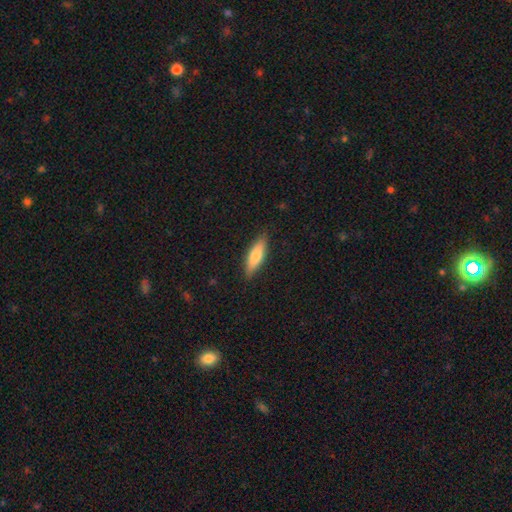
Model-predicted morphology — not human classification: smooth_or_featured: smooth (p=0.77) [alt: featured or disk p=0.18]
how_rounded: cigar-shaped (p=0.52) [alt: in between p=0.46]
merging: none (p=0.86) [alt: minor disturbance p=0.11]